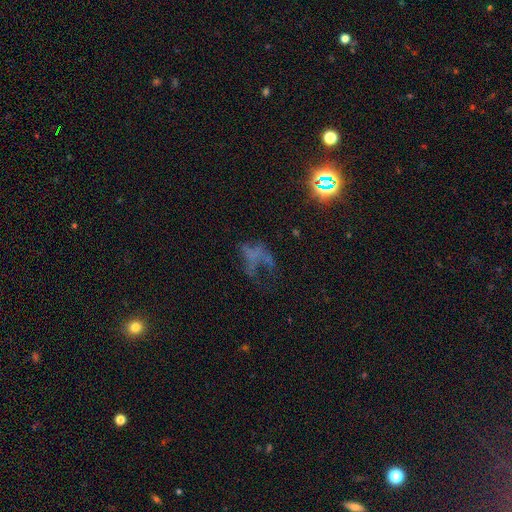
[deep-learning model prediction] This is marginally a featured or disk galaxy (40%). Merging: marginally major disturbance (45%).